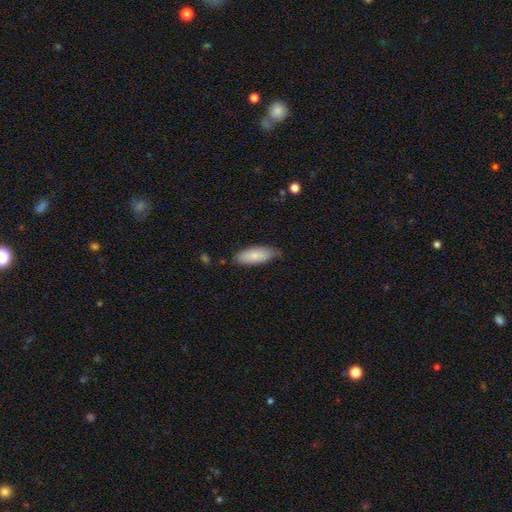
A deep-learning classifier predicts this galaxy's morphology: Overall: smooth (82%). How rounded: in between (78%). Merging: none (71%).